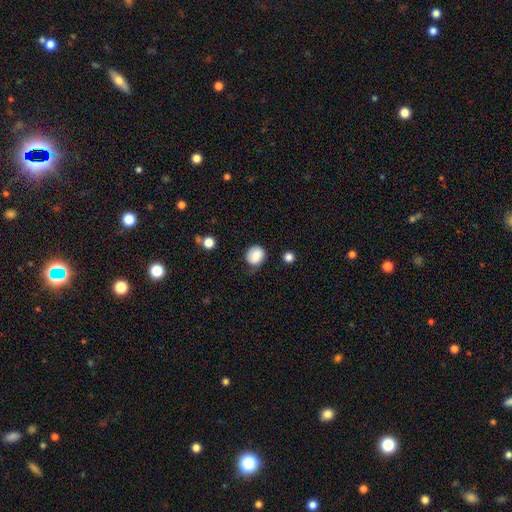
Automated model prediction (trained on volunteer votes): Overall: smooth (82%). How rounded: round (70%). Merging: none (59%; minor disturbance 30%).